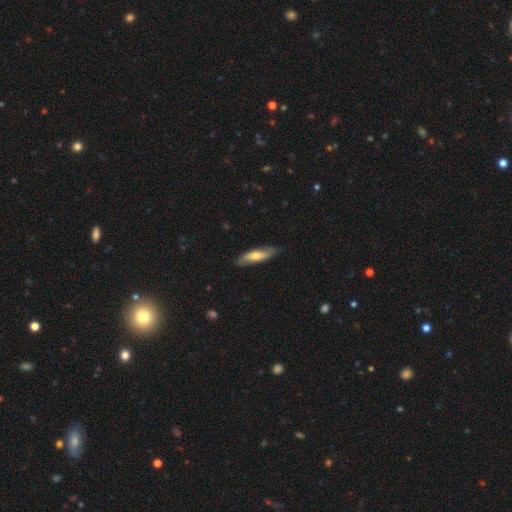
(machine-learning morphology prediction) Smooth or featured? Predicted: smooth (p=0.55). How rounded? Predicted: cigar-shaped (p=0.60). Merging? Predicted: none (p=0.82).